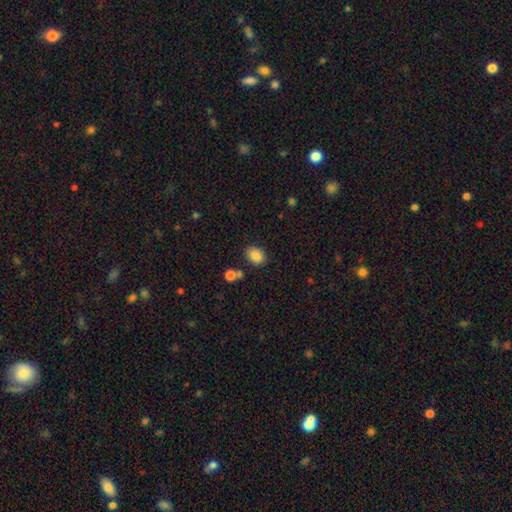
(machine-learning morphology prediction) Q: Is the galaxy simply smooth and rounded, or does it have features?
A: smooth — 86%.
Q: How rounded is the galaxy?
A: in between — 68%.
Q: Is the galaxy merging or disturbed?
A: none — 79%.